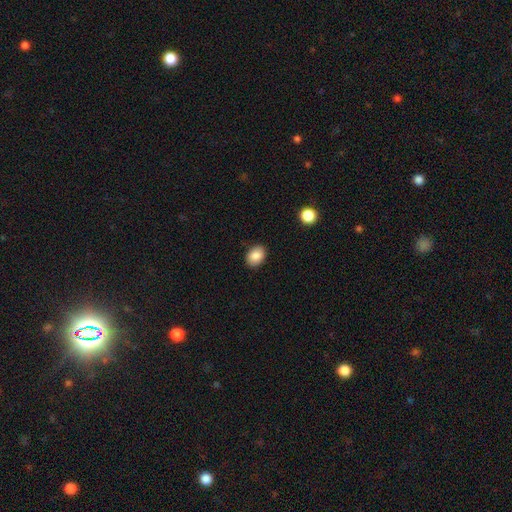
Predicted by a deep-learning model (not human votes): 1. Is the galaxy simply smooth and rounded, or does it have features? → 87% smooth, 8% star or artifact, 5% featured or disk.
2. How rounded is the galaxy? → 73% in between, 26% round, 1% cigar-shaped.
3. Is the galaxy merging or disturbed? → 88% none, 9% minor disturbance, 2% major disturbance, 1% merger.